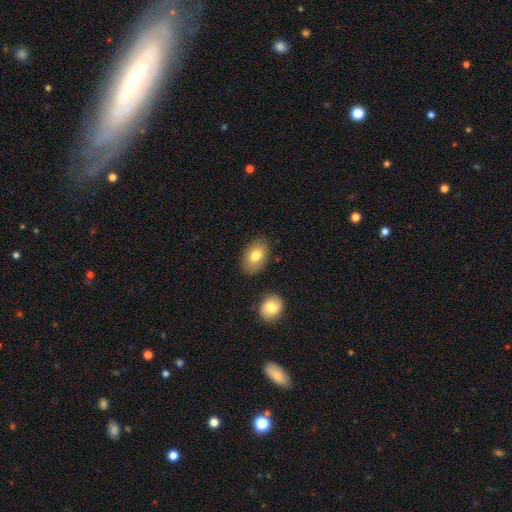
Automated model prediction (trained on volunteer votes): This appears to be a smooth galaxy with no disk features (80%) that is in between round and cigar-shaped (89%). Merging: none (82%).